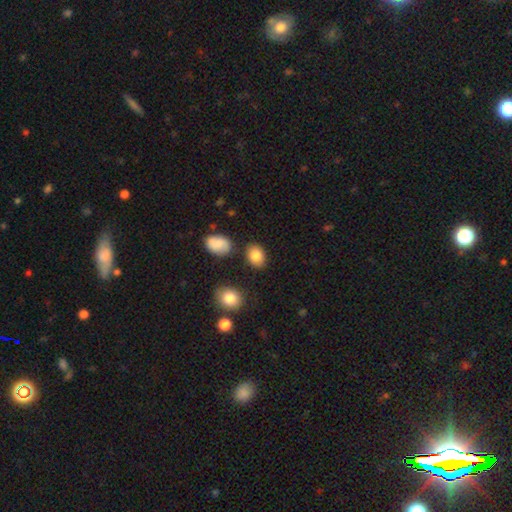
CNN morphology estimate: The model was most divided on "how rounded": in between: 73%, round: 26%, cigar-shaped: 1%. More confident: smooth or featured — smooth (84%); merging — none (81%).